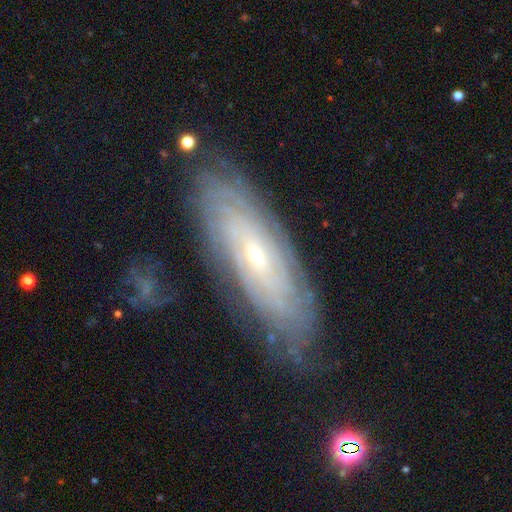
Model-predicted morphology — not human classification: smooth_or_featured: featured or disk (p=0.80) [alt: smooth p=0.13]
disk_edge_on: no (p=0.83) [alt: yes p=0.17]
bar: no (p=0.64) [alt: weak p=0.29]
has_spiral_arms: yes (p=0.92) [alt: no p=0.08]
spiral_winding: tight (p=0.82) [alt: medium p=0.14]
spiral_arm_count: can't tell (p=0.59) [alt: more than 4 p=0.11]
bulge_size: small (p=0.69) [alt: moderate p=0.28]
merging: none (p=0.81) [alt: minor disturbance p=0.14]